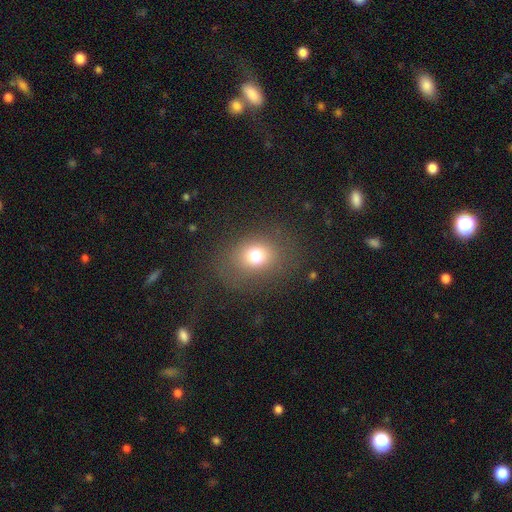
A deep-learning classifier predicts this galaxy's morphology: smooth-or-featured: smooth: 73% | star or artifact: 15% | featured or disk: 12%
  how-rounded: round: 53% | in between: 46% | cigar-shaped: 1%
  merging: none: 77% | minor disturbance: 12% | major disturbance: 9% | merger: 1%